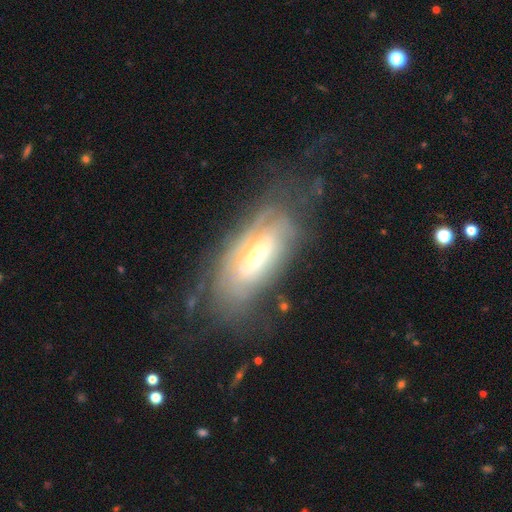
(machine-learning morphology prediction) A featured or disk galaxy (68%) with no bar (47%), spiral arms (67%) and a moderate central bulge (51%).

Vote fractions:
- Smooth or featured? featured or disk: 68% / smooth: 24% / star or artifact: 8%
- Edge-on disk? no: 79% / yes: 21%
- Bar? no: 47% / weak: 35% / strong: 18%
- Spiral arms? yes: 67% / no: 33%
- Bulge size? moderate: 51% / small: 30% / large: 14% / none: 2% / dominant: 2%
- Merging? none: 51% / minor disturbance: 26% / major disturbance: 21% / merger: 3%